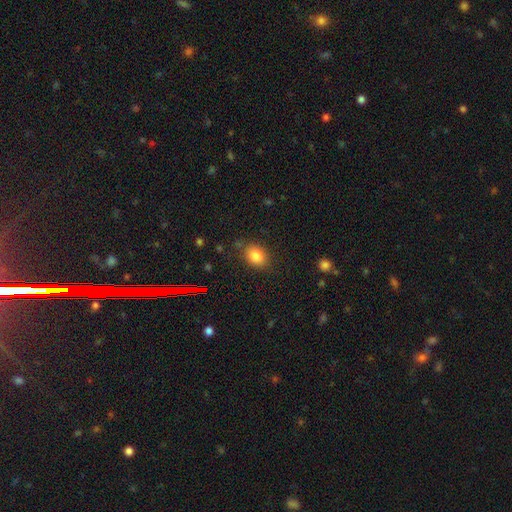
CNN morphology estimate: A smooth galaxy with no disk features (83%) that is in between round and cigar-shaped (65%).

Vote fractions:
- Smooth or featured? smooth: 83% / star or artifact: 10% / featured or disk: 6%
- How rounded? in between: 65% / round: 34% / cigar-shaped: 1%
- Merging? none: 80% / minor disturbance: 13% / major disturbance: 4% / merger: 2%